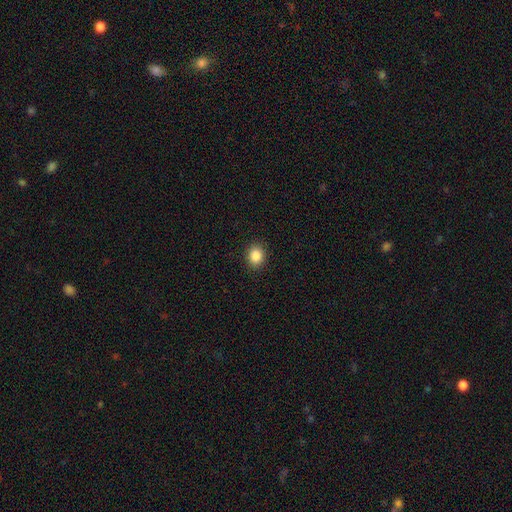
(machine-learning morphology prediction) Smooth or featured?
  - smooth: 87% *
  - star or artifact: 9%
  - featured or disk: 4%
How rounded?
  - round: 55% *
  - in between: 44%
  - cigar-shaped: 1%
Merging?
  - none: 90% *
  - minor disturbance: 7%
  - major disturbance: 2%
  - merger: 1%